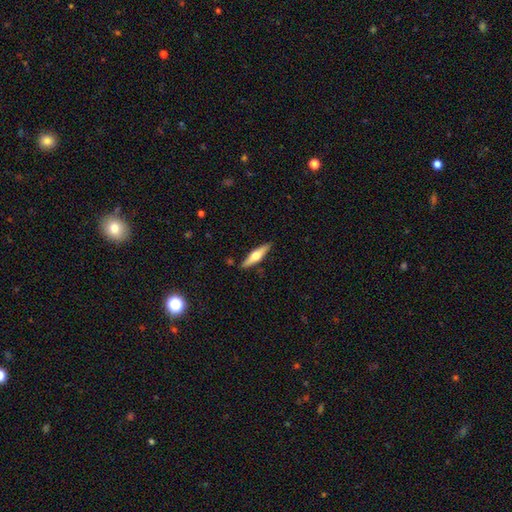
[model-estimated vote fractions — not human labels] Smooth or featured?
  - featured or disk: 55% *
  - smooth: 39%
  - star or artifact: 5%
Edge-on disk?
  - yes: 95% *
  - no: 5%
Edge-on bulge?
  - rounded: 94% *
  - boxy: 3%
  - none: 3%
Merging?
  - none: 88% *
  - minor disturbance: 8%
  - merger: 2%
  - major disturbance: 2%